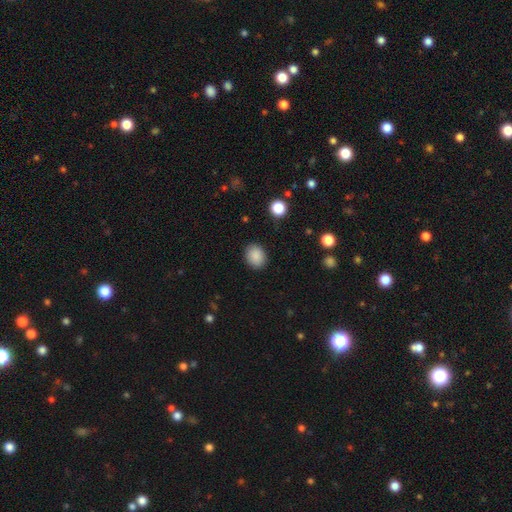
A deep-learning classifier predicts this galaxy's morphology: smooth-or-featured: smooth: 88% | star or artifact: 9% | featured or disk: 3%
  how-rounded: in between: 51% | round: 49% | cigar-shaped: 1%
  merging: none: 88% | minor disturbance: 9% | major disturbance: 3% | merger: 1%